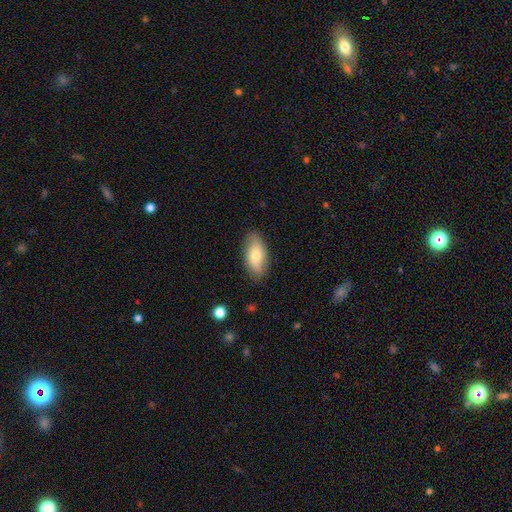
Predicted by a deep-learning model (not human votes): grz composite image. It shows a smooth galaxy with no disk features (67%) that is in between round and cigar-shaped (91%). Merging: none (84%).